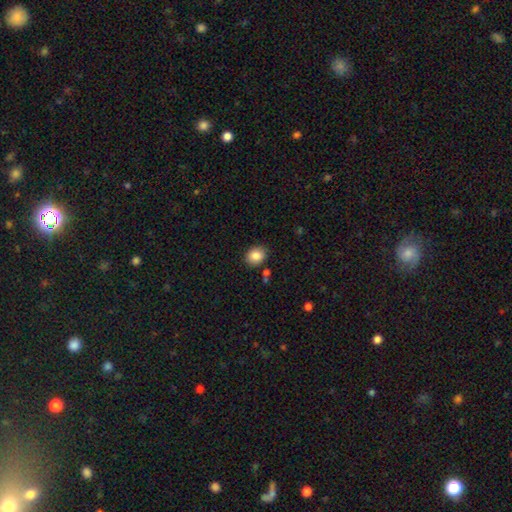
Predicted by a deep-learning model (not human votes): smooth 86%, star or artifact 9%, featured or disk 5%. Down the decision tree: how rounded — round (51%); merging — none (84%).